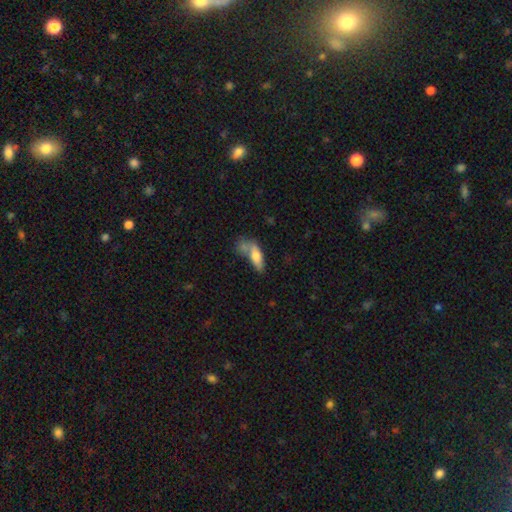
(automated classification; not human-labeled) This is likely a smooth galaxy (69%). How rounded: likely in between (64%). Merging: marginally merger (38%).